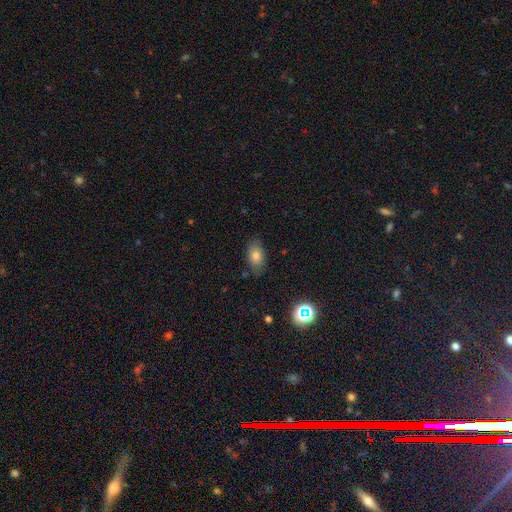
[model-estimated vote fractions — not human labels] This is likely a smooth galaxy (78%). How rounded: clearly in between (88%). Merging: likely none (79%).